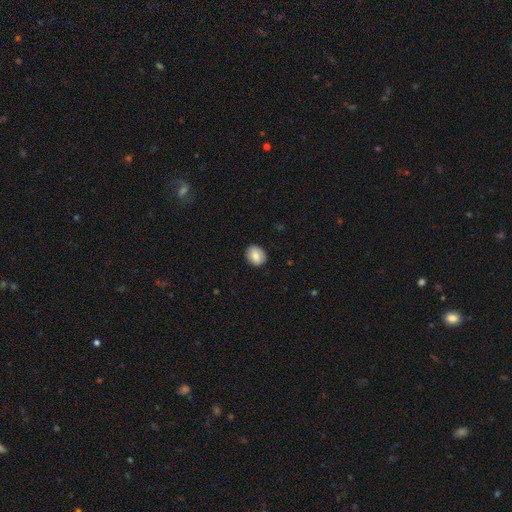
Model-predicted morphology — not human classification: Smooth or featured? Predicted: smooth (p=0.80). How rounded? Predicted: round (p=0.58). Merging? Predicted: none (p=0.87).